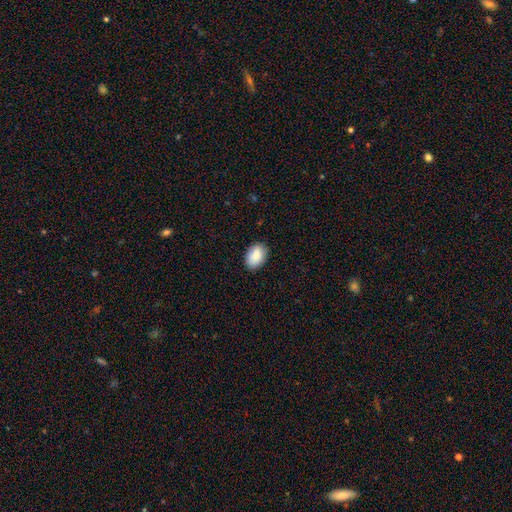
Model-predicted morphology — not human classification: A smooth galaxy with no disk features (88%) that is in between round and cigar-shaped (90%).

Vote fractions:
- Smooth or featured? smooth: 88% / star or artifact: 7% / featured or disk: 6%
- How rounded? in between: 90% / round: 9% / cigar-shaped: 1%
- Merging? none: 87% / minor disturbance: 10% / major disturbance: 2% / merger: 1%